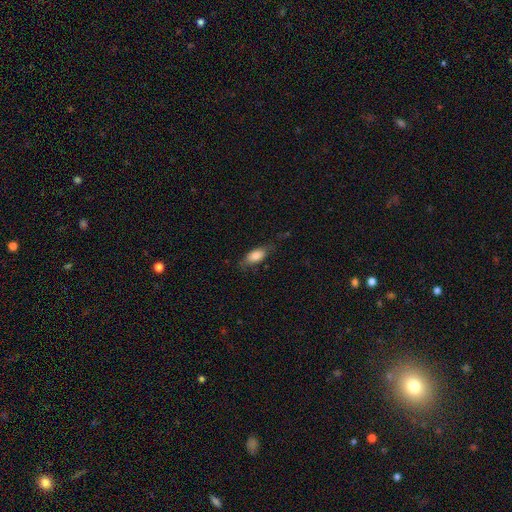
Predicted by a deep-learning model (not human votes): Morphology: type=smooth (79%); roundness=in between (85%); merging=none (64%).